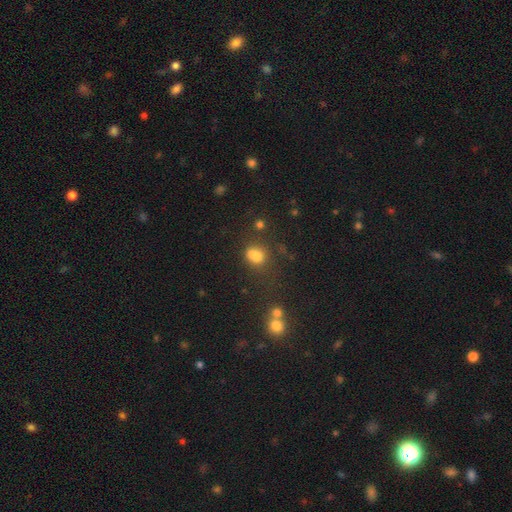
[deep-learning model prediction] smooth-or-featured: smooth: 71% | star or artifact: 17% | featured or disk: 12%
  how-rounded: round: 64% | in between: 35% | cigar-shaped: 1%
  merging: merger: 41% | none: 39% | minor disturbance: 13% | major disturbance: 7%